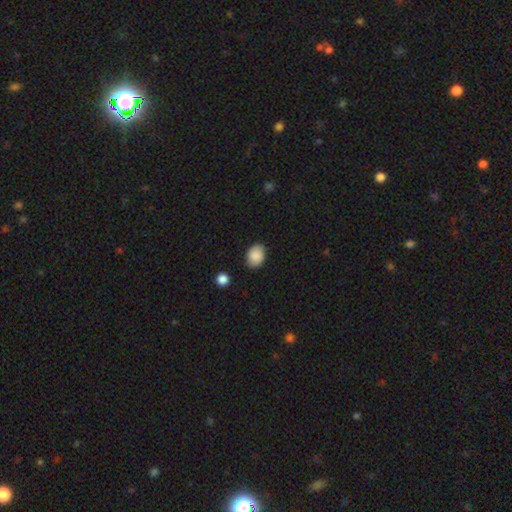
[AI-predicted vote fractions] smooth_or_featured: smooth (p=0.88) [alt: star or artifact p=0.08]
how_rounded: in between (p=0.63) [alt: round p=0.37]
merging: none (p=0.83) [alt: minor disturbance p=0.13]